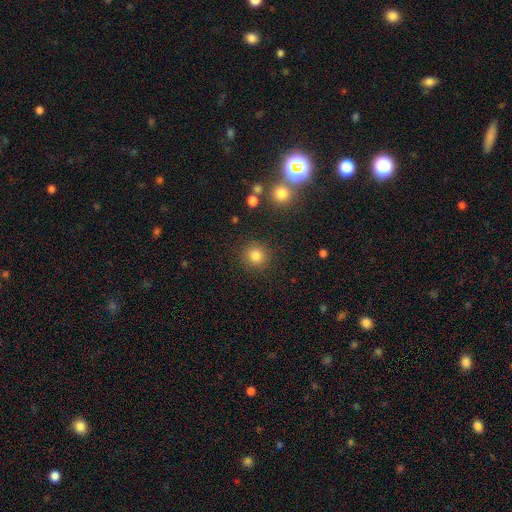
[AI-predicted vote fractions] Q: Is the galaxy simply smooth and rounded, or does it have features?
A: smooth — 83%.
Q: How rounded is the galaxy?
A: round — 92%.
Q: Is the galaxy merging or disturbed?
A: none — 89%.